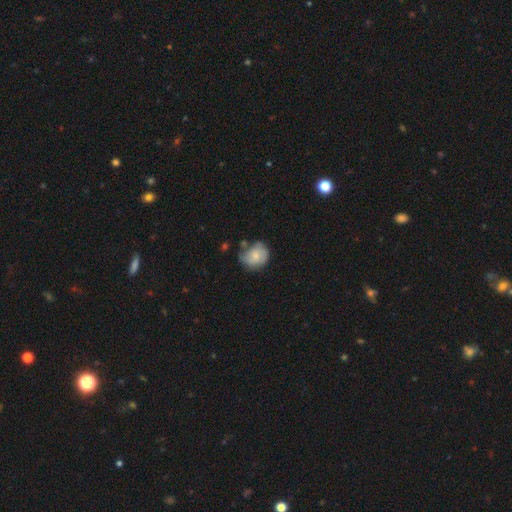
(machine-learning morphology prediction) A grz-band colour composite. It shows a smooth galaxy with no disk features (65%) that is round (61%). Merging: none (51%).